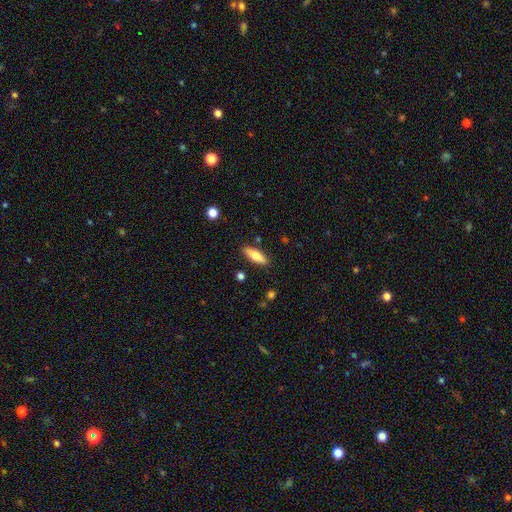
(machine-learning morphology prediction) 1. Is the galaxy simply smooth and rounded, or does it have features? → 73% smooth, 21% featured or disk, 6% star or artifact.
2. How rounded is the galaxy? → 52% in between, 46% cigar-shaped, 2% round.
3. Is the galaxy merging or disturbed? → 86% none, 10% minor disturbance, 2% merger, 2% major disturbance.